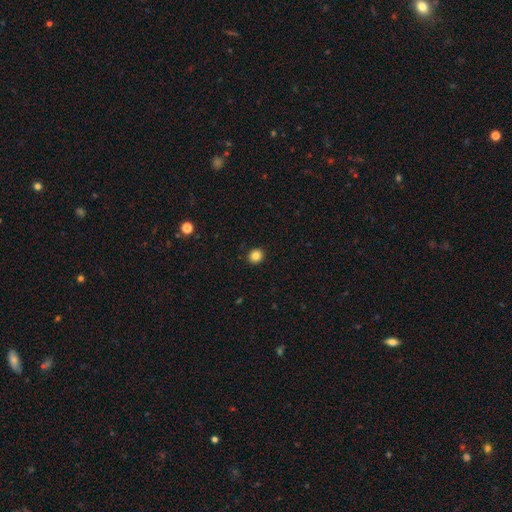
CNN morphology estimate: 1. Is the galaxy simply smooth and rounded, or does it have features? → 84% smooth, 11% star or artifact, 5% featured or disk.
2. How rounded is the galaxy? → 89% round, 10% in between, 1% cigar-shaped.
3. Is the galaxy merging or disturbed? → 92% none, 5% minor disturbance, 2% major disturbance, 1% merger.